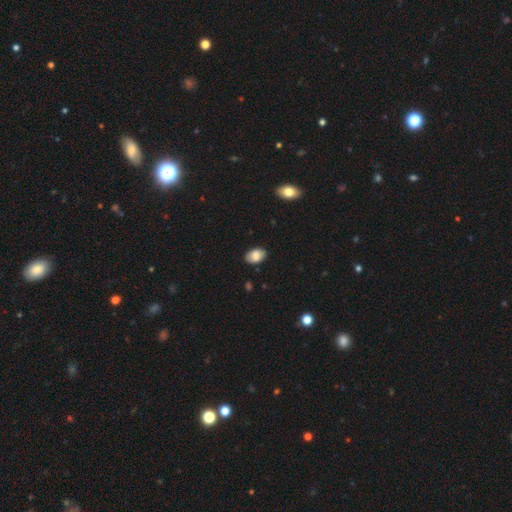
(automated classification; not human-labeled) smooth 82%, featured or disk 11%, star or artifact 7%. Down the decision tree: how rounded — in between (88%); merging — none (87%).